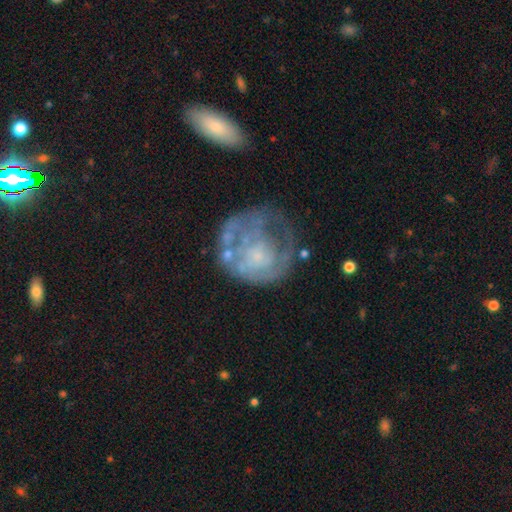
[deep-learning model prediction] A featured or disk galaxy (64%) with no bar (85%), no spiral arms (58%) and no central bulge (45%).

Vote fractions:
- Smooth or featured? featured or disk: 64% / smooth: 27% / star or artifact: 9%
- Edge-on disk? no: 98% / yes: 2%
- Bar? no: 85% / weak: 12% / strong: 3%
- Spiral arms? no: 58% / yes: 42%
- Bulge size? none: 45% / small: 32% / moderate: 17% / large: 4% / dominant: 2%
- Merging? none: 44% / major disturbance: 27% / minor disturbance: 22% / merger: 7%